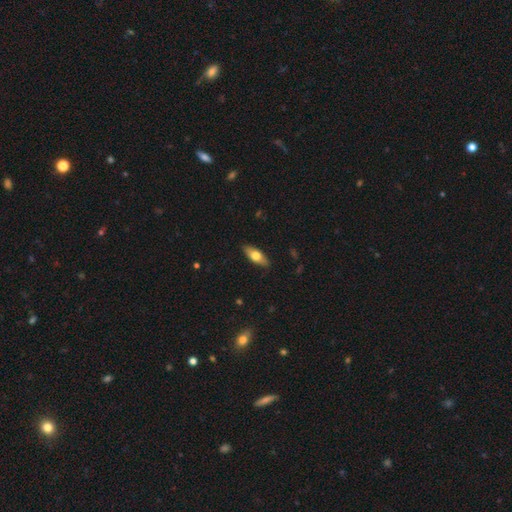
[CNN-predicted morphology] smooth_or_featured: smooth (p=0.64) [alt: featured or disk p=0.30]
how_rounded: in between (p=0.73) [alt: cigar-shaped p=0.24]
merging: none (p=0.88) [alt: minor disturbance p=0.09]